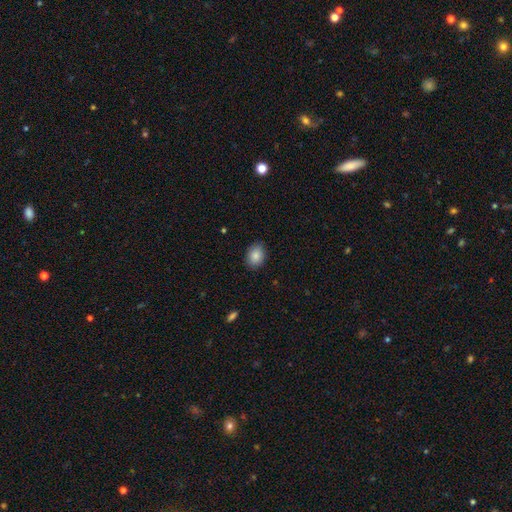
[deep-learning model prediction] Smooth or featured?
  - smooth: 86% *
  - star or artifact: 8%
  - featured or disk: 6%
How rounded?
  - in between: 73% *
  - round: 26%
  - cigar-shaped: 1%
Merging?
  - none: 85% *
  - minor disturbance: 12%
  - major disturbance: 2%
  - merger: 1%